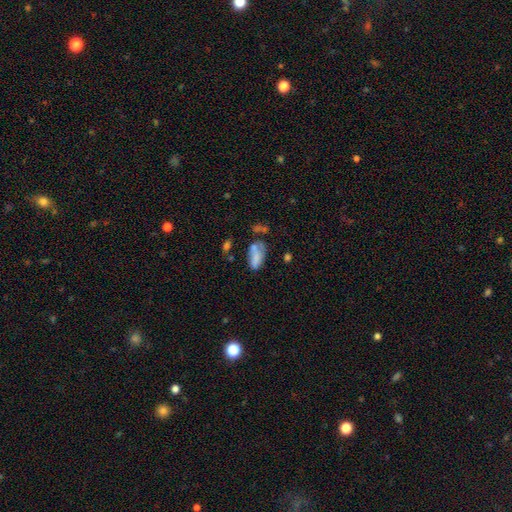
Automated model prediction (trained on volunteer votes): smooth_or_featured: smooth (p=0.64) [alt: featured or disk p=0.25]
how_rounded: in between (p=0.88) [alt: cigar-shaped p=0.08]
merging: none (p=0.32) [alt: minor disturbance p=0.24]